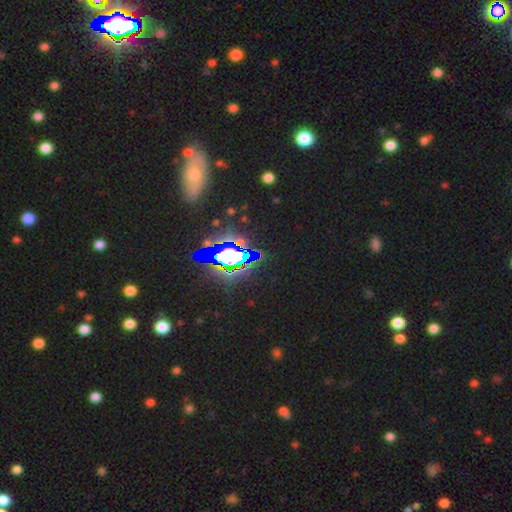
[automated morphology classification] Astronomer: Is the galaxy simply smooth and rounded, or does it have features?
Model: star or artifact — 73%.